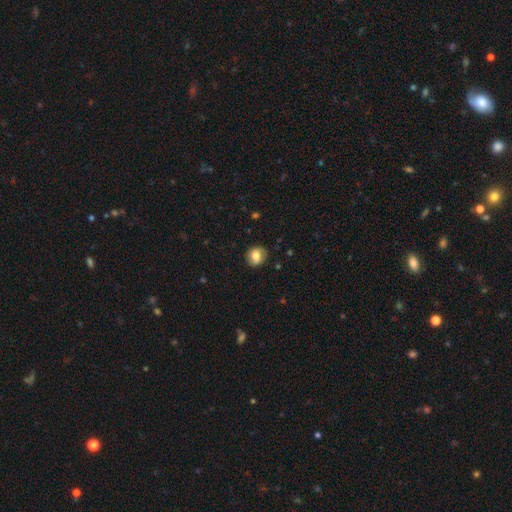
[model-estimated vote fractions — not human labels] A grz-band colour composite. It shows a smooth galaxy with no disk features (70%) that is round (78%). Merging: none (82%).